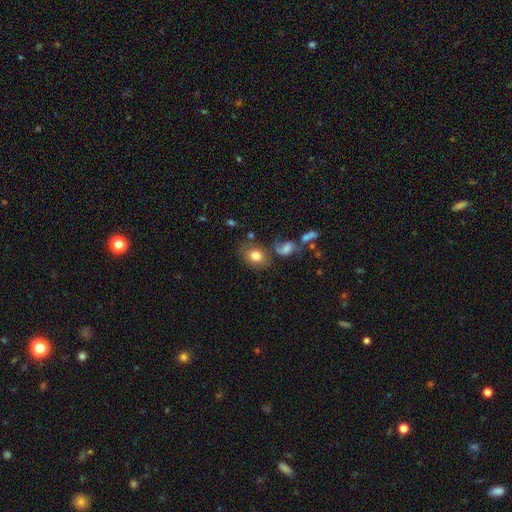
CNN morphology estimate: A smooth galaxy with no disk features (79%) that is in between round and cigar-shaped (63%). Merging: none (62%).